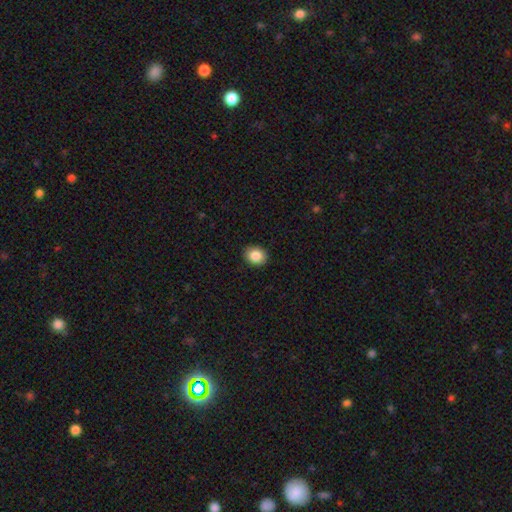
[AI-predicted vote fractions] smooth_or_featured: smooth (p=0.86) [alt: star or artifact p=0.09]
how_rounded: round (p=0.59) [alt: in between p=0.40]
merging: none (p=0.91) [alt: minor disturbance p=0.07]